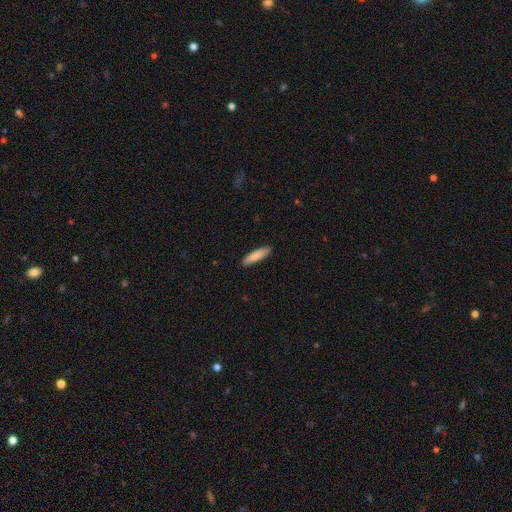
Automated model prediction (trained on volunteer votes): The model was most divided on "how rounded": cigar-shaped: 74%, in between: 24%, round: 1%. More confident: merging — none (89%); smooth or featured — smooth (85%).